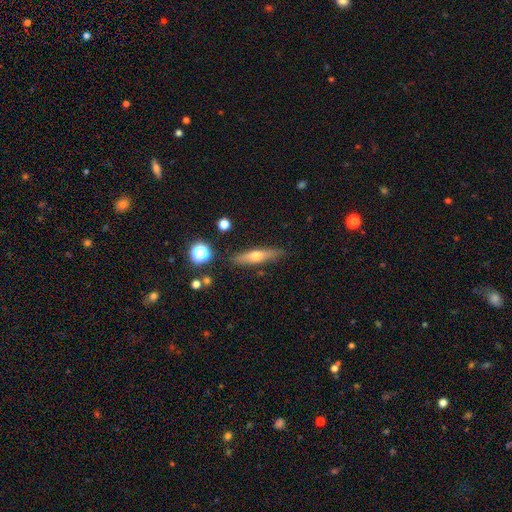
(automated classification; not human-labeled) A smooth galaxy with no disk features (48%).

Vote fractions:
- Smooth or featured? smooth: 48% / featured or disk: 44% / star or artifact: 8%
- Merging? none: 85% / minor disturbance: 11% / major disturbance: 2% / merger: 2%